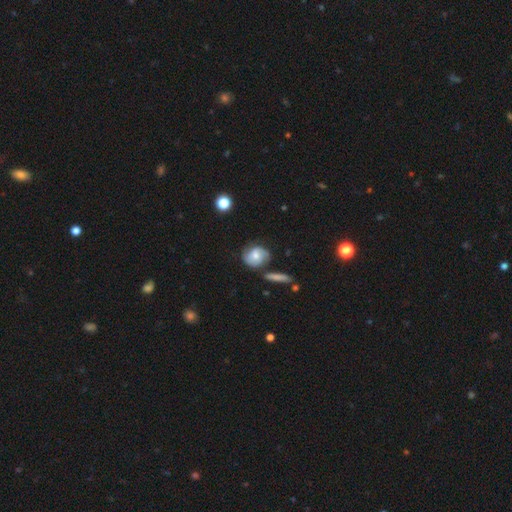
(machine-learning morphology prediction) This appears to be a featured or disk galaxy (48%). Merging: none (62%).